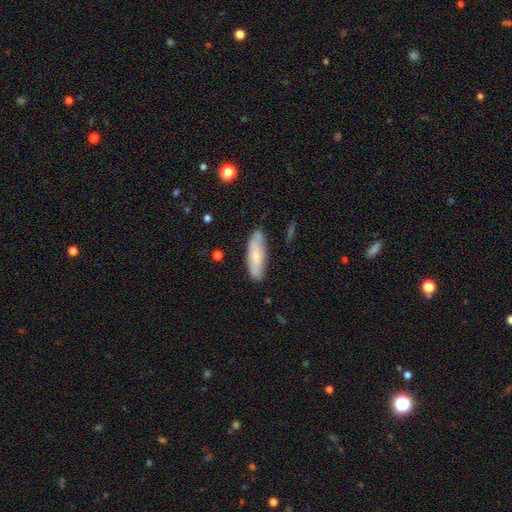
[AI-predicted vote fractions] smooth-or-featured: smooth: 56% | featured or disk: 37% | star or artifact: 7%
  how-rounded: in between: 50% | cigar-shaped: 48% | round: 2%
  merging: none: 77% | minor disturbance: 17% | major disturbance: 3% | merger: 3%